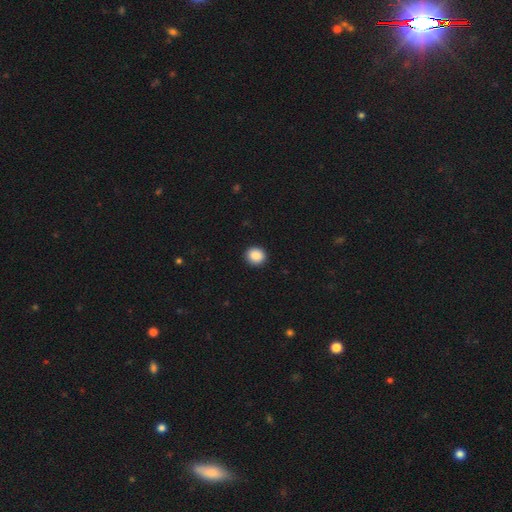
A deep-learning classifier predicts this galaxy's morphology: smooth_or_featured: smooth (p=0.88) [alt: star or artifact p=0.08]
how_rounded: round (p=0.83) [alt: in between p=0.16]
merging: none (p=0.92) [alt: minor disturbance p=0.05]